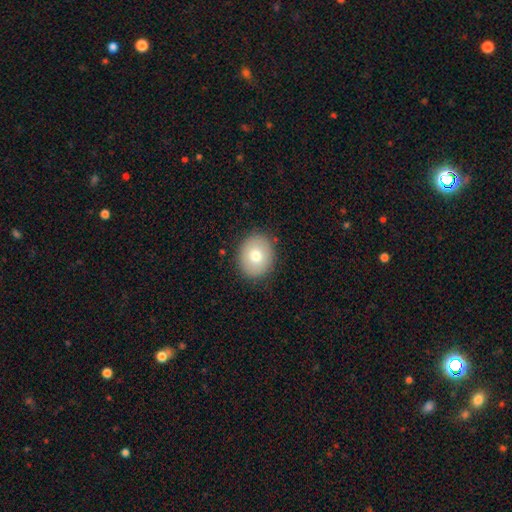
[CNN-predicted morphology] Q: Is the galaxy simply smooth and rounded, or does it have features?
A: smooth — 75%.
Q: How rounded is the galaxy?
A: round — 60%.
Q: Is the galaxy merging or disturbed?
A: none — 87%.